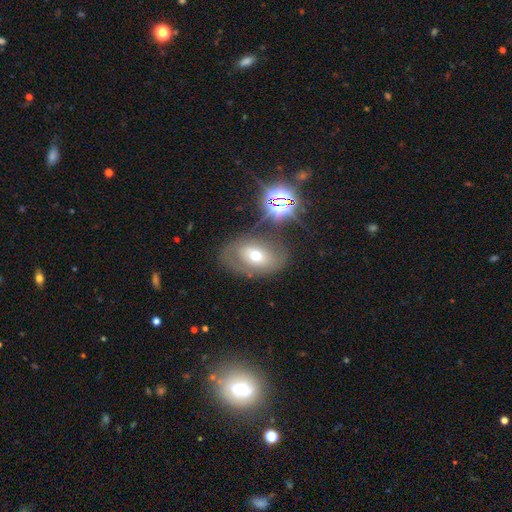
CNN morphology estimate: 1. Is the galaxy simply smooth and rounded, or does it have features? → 47% smooth, 35% featured or disk, 18% star or artifact.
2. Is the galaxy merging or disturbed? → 65% none, 18% minor disturbance, 12% major disturbance, 5% merger.